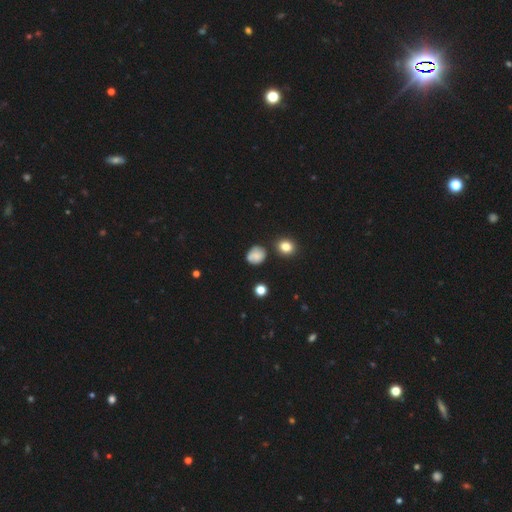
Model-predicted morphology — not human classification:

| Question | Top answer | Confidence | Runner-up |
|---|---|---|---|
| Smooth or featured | smooth | 71% | featured or disk (15%) |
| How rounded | round | 66% | in between (32%) |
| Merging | none | 65% | minor disturbance (23%) |